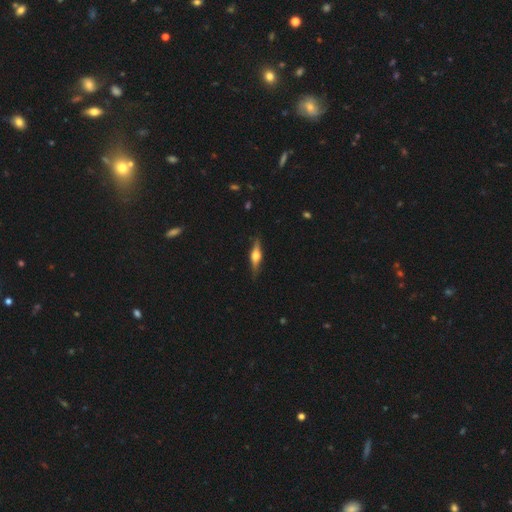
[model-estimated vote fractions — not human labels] smooth-or-featured: featured or disk: 65% | smooth: 29% | star or artifact: 6%
  disk-edge-on: yes: 95% | no: 5%
    edge-on-bulge: rounded: 93% | boxy: 5% | none: 2%
  merging: none: 86% | minor disturbance: 11% | major disturbance: 2% | merger: 1%